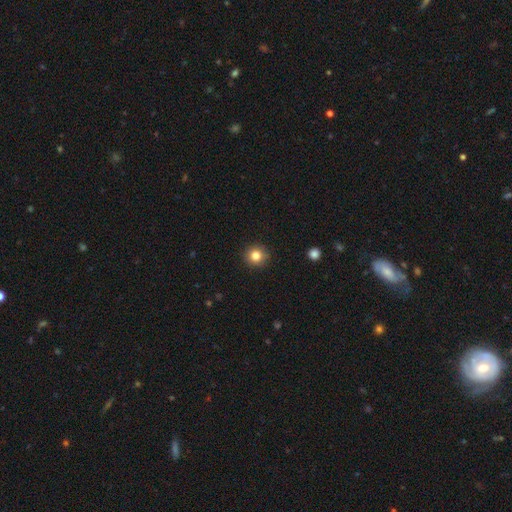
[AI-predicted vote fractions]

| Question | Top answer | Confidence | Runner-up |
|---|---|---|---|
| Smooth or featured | smooth | 83% | star or artifact (11%) |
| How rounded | round | 92% | in between (8%) |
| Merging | none | 91% | minor disturbance (6%) |